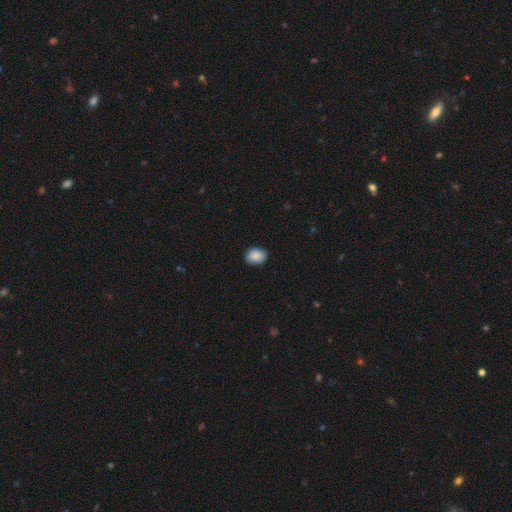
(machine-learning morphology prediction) Smooth or featured? Predicted: smooth (p=0.89). How rounded? Predicted: in between (p=0.60). Merging? Predicted: none (p=0.88).